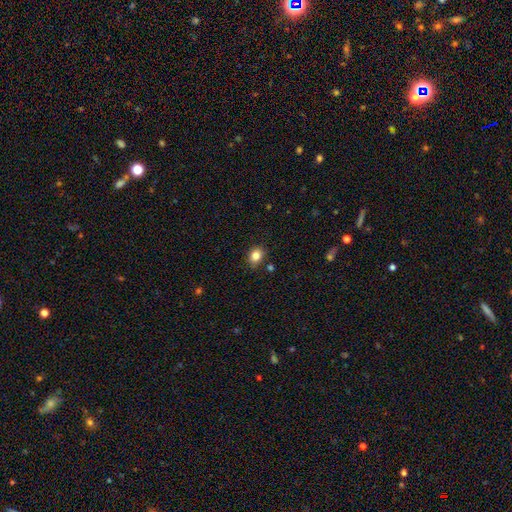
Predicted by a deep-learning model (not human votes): smooth 83%, star or artifact 11%, featured or disk 7%. Down the decision tree: how rounded — in between (50%); merging — none (82%).